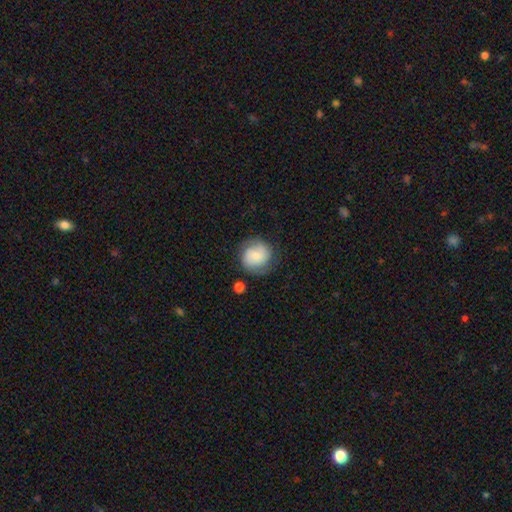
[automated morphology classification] Smooth or featured?
  - smooth: 56% *
  - featured or disk: 36%
  - star or artifact: 8%
How rounded?
  - round: 85% *
  - in between: 14%
  - cigar-shaped: 1%
Merging?
  - none: 72% *
  - minor disturbance: 18%
  - major disturbance: 7%
  - merger: 3%